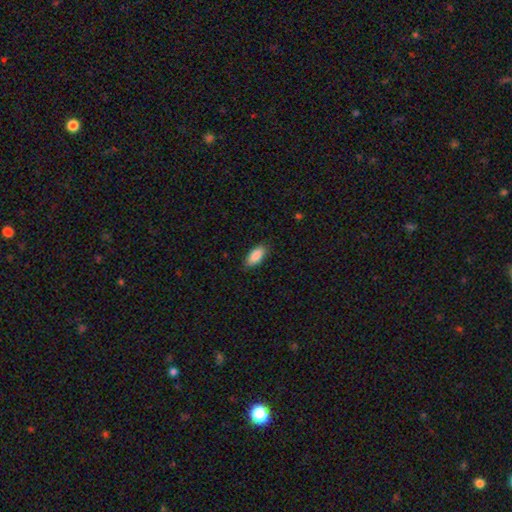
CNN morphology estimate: smooth-or-featured: smooth: 89% | star or artifact: 6% | featured or disk: 5%
  how-rounded: in between: 88% | cigar-shaped: 10% | round: 2%
  merging: none: 85% | minor disturbance: 12% | major disturbance: 2% | merger: 1%